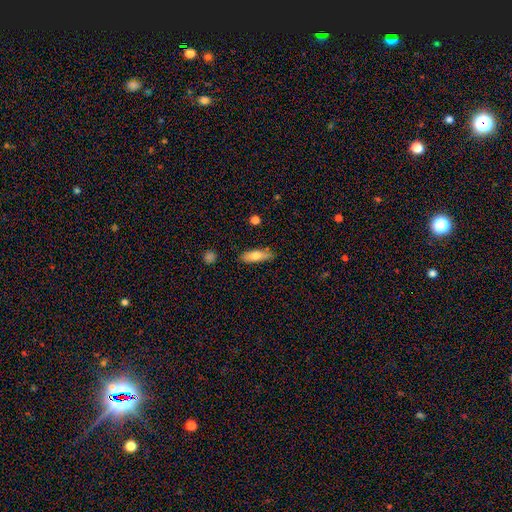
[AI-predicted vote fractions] A smooth galaxy with no disk features (73%) that is in between round and cigar-shaped (54%). Merging: none (83%).